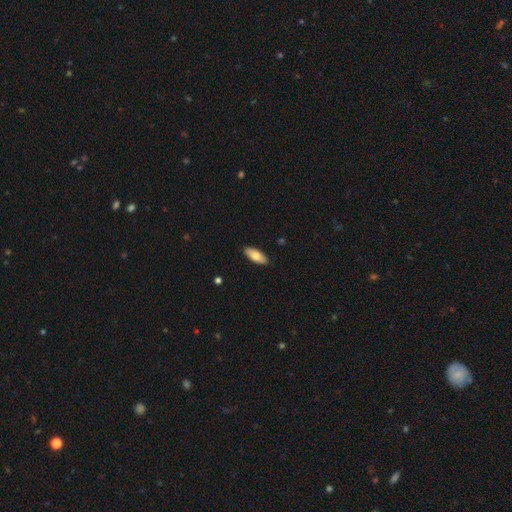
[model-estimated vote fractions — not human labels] Q: Smooth or featured?
A: smooth (79%); runner-up: featured or disk (16%)
Q: How rounded?
A: in between (83%); runner-up: cigar-shaped (15%)
Q: Merging?
A: none (89%); runner-up: minor disturbance (8%)